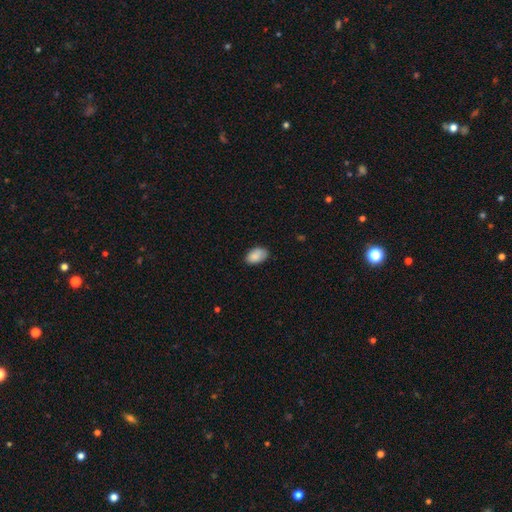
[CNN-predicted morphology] smooth 87%, star or artifact 7%, featured or disk 6%. Down the decision tree: how rounded — in between (92%); merging — none (76%).